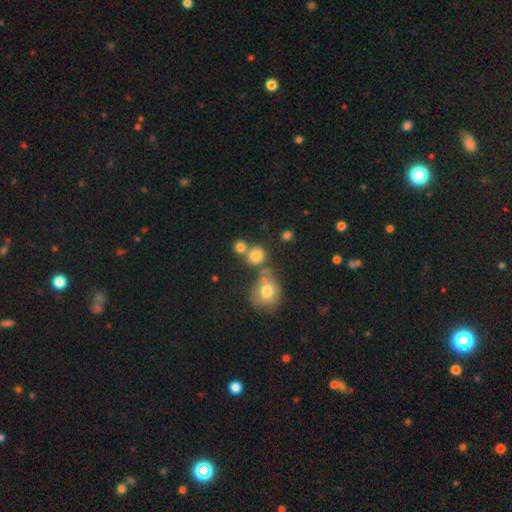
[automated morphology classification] A smooth galaxy with no disk features (78%) that is round (80%). Merging: none (50%).